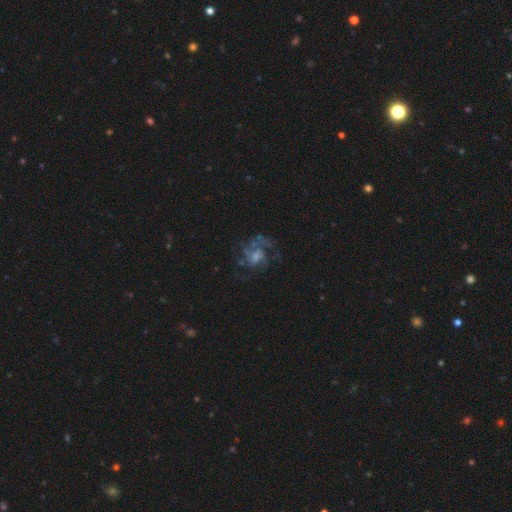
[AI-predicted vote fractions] A featured or disk galaxy (73%) with no bar (60%), medium (47%) spiral arms (85%) and a moderate central bulge (40%). Merging: none (55%).